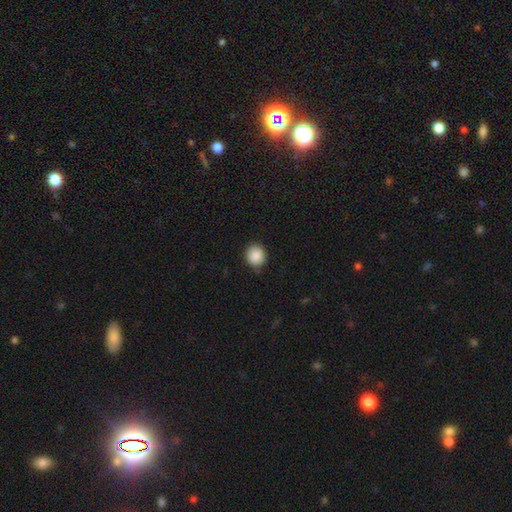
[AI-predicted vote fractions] Smooth or featured?
  - smooth: 88% *
  - star or artifact: 8%
  - featured or disk: 4%
How rounded?
  - round: 87% *
  - in between: 12%
  - cigar-shaped: 1%
Merging?
  - none: 85% *
  - minor disturbance: 11%
  - major disturbance: 2%
  - merger: 1%